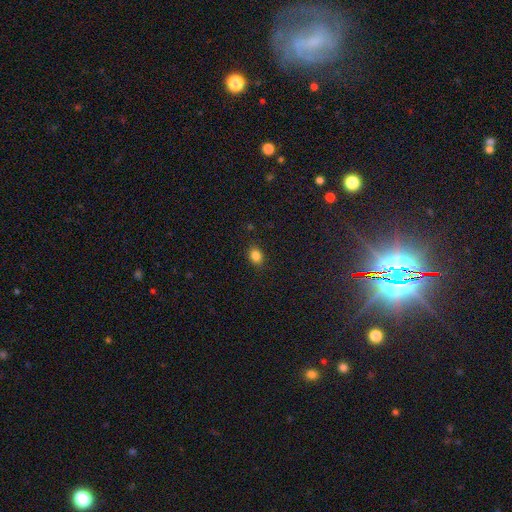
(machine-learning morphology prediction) A smooth galaxy with no disk features (84%) that is in between round and cigar-shaped (58%). Merging: none (88%).